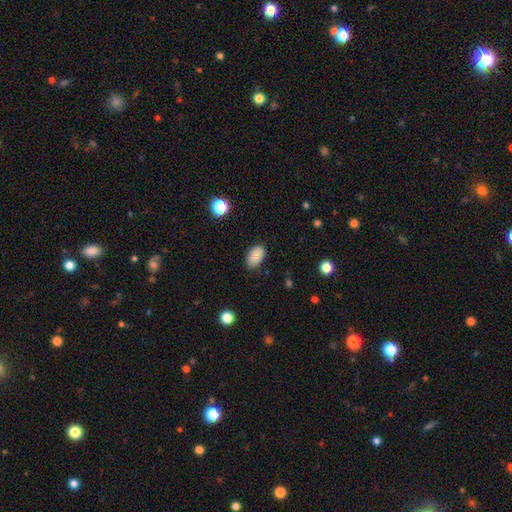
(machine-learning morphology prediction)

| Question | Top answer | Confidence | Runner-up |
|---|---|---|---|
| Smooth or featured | smooth | 85% | star or artifact (8%) |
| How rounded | in between | 92% | round (6%) |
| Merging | none | 85% | minor disturbance (11%) |